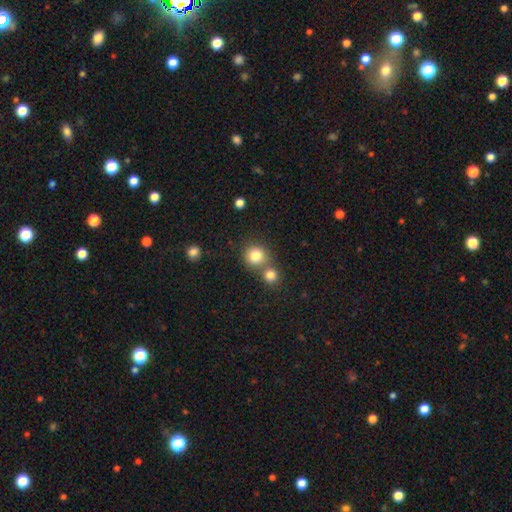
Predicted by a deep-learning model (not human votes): Smooth or featured: smooth — 82% (star or artifact — 11%)
How rounded: round — 91% (in between — 9%)
Merging: none — 59% (merger — 32%)